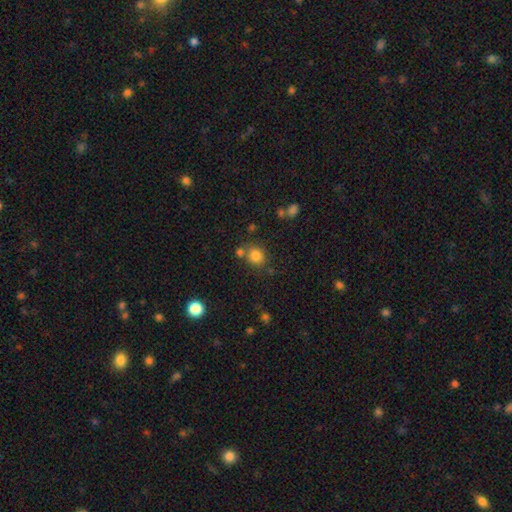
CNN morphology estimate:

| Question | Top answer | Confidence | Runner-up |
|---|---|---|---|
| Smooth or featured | smooth | 81% | star or artifact (12%) |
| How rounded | round | 78% | in between (21%) |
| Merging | none | 67% | merger (17%) |